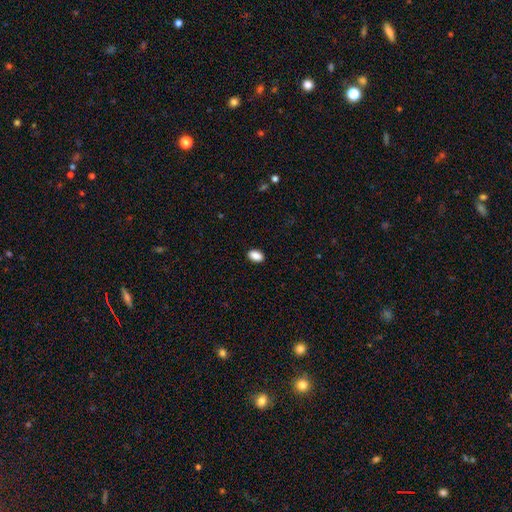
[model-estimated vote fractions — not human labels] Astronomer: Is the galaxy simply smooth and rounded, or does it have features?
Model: smooth — 89%.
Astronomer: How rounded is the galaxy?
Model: in between — 90%.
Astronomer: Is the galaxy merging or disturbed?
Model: none — 89%.